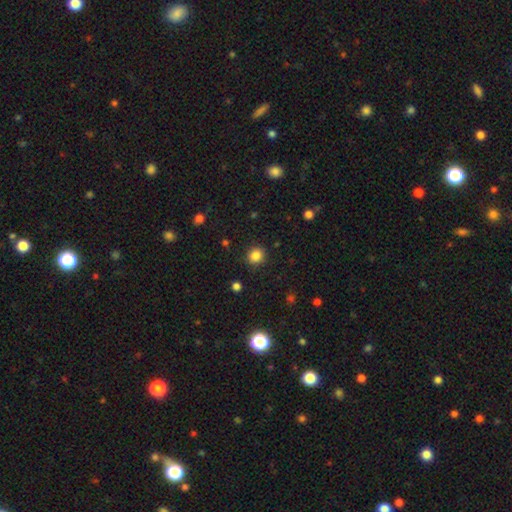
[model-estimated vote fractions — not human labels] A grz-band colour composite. It shows a smooth galaxy with no disk features (84%) that is round (86%). Merging: none (90%).